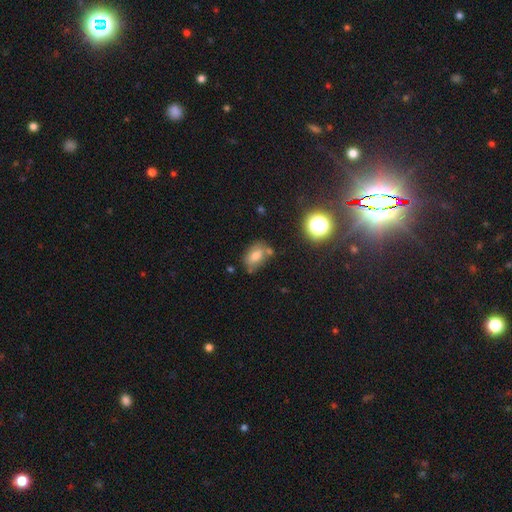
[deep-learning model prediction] Q: Smooth or featured?
A: smooth (68%); runner-up: featured or disk (19%)
Q: How rounded?
A: in between (85%); runner-up: round (11%)
Q: Merging?
A: none (61%); runner-up: minor disturbance (20%)